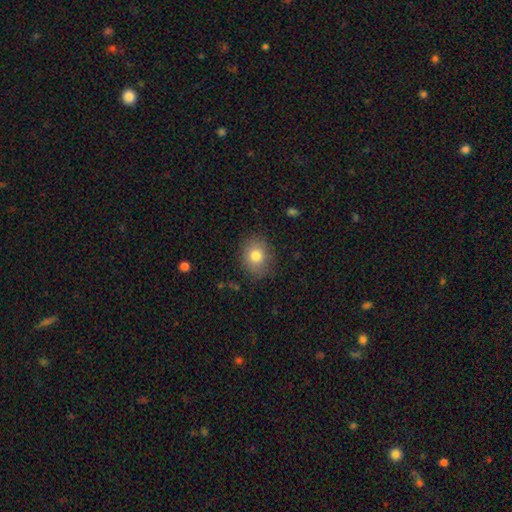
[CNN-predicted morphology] Overall: smooth (80%). How rounded: round (59%; in between 40%). Merging: none (83%).